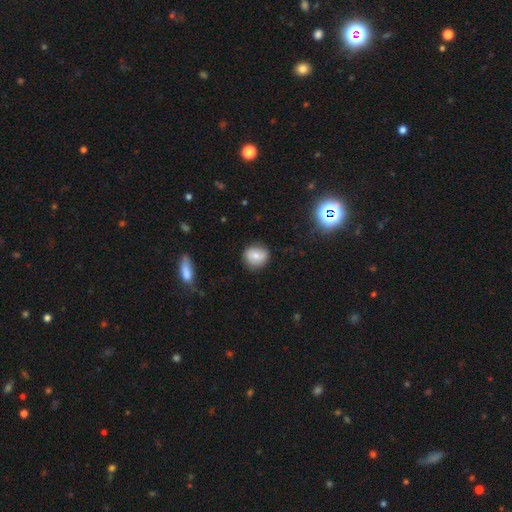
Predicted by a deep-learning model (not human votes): Q: Smooth or featured?
A: smooth (68%); runner-up: featured or disk (22%)
Q: How rounded?
A: round (81%); runner-up: in between (18%)
Q: Merging?
A: none (83%); runner-up: minor disturbance (13%)